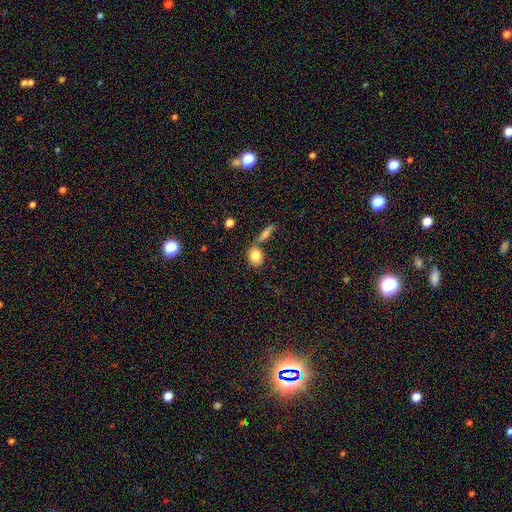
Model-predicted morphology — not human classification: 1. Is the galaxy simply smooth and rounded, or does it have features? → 82% smooth, 10% featured or disk, 8% star or artifact.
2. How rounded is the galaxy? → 53% in between, 45% round, 2% cigar-shaped.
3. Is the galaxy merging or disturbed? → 65% none, 20% merger, 11% minor disturbance, 4% major disturbance.